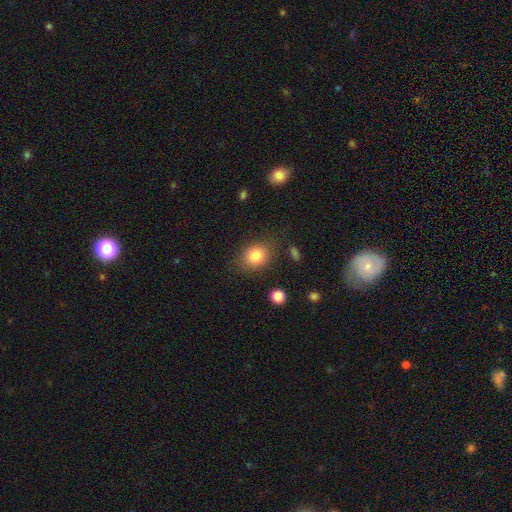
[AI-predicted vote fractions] A smooth galaxy with no disk features (84%) that is round (57%).

Vote fractions:
- Smooth or featured? smooth: 84% / star or artifact: 9% / featured or disk: 7%
- How rounded? round: 57% / in between: 42% / cigar-shaped: 1%
- Merging? none: 79% / minor disturbance: 14% / major disturbance: 5% / merger: 3%